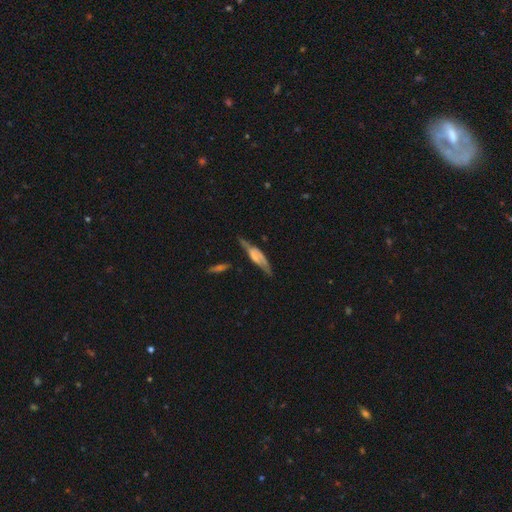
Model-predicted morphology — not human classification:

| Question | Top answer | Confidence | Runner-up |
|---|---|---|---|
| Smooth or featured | featured or disk | 62% | smooth (31%) |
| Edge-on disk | yes | 68% | no (32%) |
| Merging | none | 52% | minor disturbance (27%) |